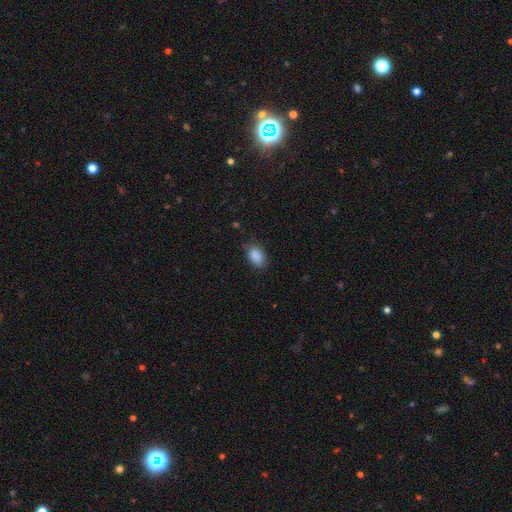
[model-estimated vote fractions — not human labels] A smooth galaxy with no disk features (88%) that is in between round and cigar-shaped (88%).

Vote fractions:
- Smooth or featured? smooth: 88% / star or artifact: 8% / featured or disk: 4%
- How rounded? in between: 88% / round: 10% / cigar-shaped: 1%
- Merging? none: 76% / minor disturbance: 19% / major disturbance: 4% / merger: 1%